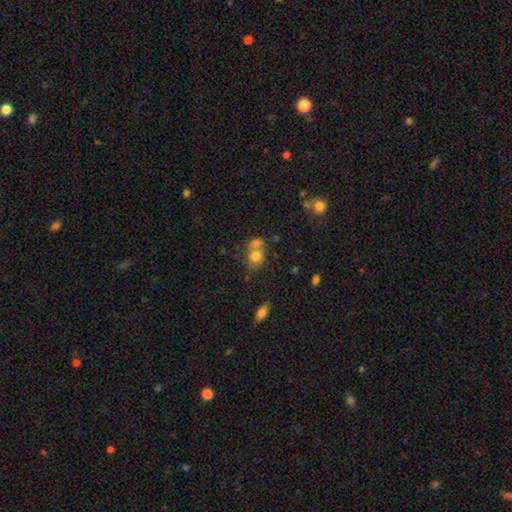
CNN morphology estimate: Q: Smooth or featured?
A: smooth (76%); runner-up: featured or disk (13%)
Q: How rounded?
A: round (66%); runner-up: in between (33%)
Q: Merging?
A: merger (48%); runner-up: none (38%)